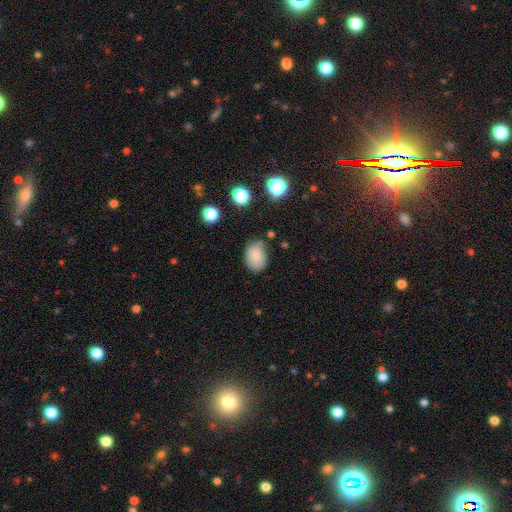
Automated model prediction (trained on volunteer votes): Q: Smooth or featured?
A: smooth (80%); runner-up: featured or disk (10%)
Q: How rounded?
A: in between (73%); runner-up: round (26%)
Q: Merging?
A: none (59%); runner-up: minor disturbance (30%)